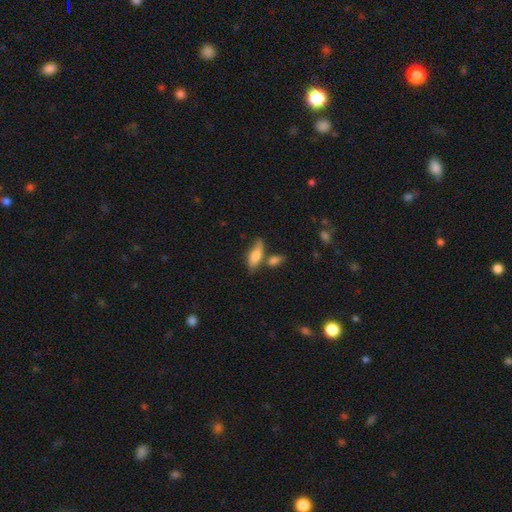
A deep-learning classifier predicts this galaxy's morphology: This is likely a smooth galaxy (72%). How rounded: likely in between (66%). Merging: possibly none (53%).